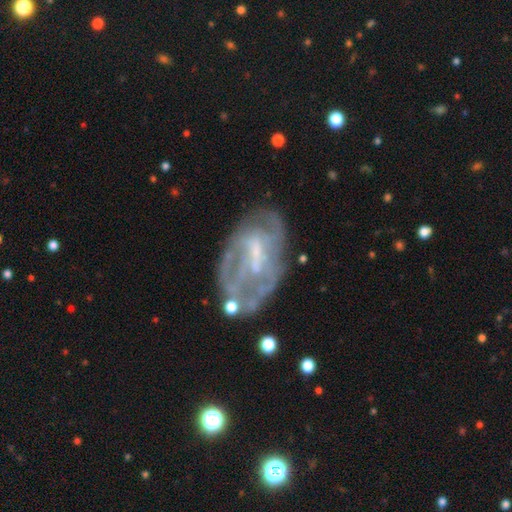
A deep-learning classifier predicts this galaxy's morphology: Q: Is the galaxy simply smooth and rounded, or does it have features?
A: featured or disk — 73%.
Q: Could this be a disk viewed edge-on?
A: no — 95%.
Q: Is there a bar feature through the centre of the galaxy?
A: weak — 44%.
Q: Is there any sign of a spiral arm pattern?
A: yes — 52%.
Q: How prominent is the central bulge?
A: small — 40%.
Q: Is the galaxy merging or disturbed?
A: none — 49%.